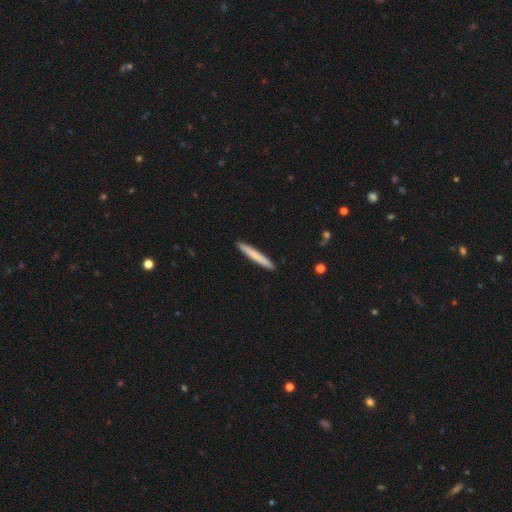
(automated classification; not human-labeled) A smooth galaxy with no disk features (72%) that is cigar-shaped (97%). Merging: none (93%).